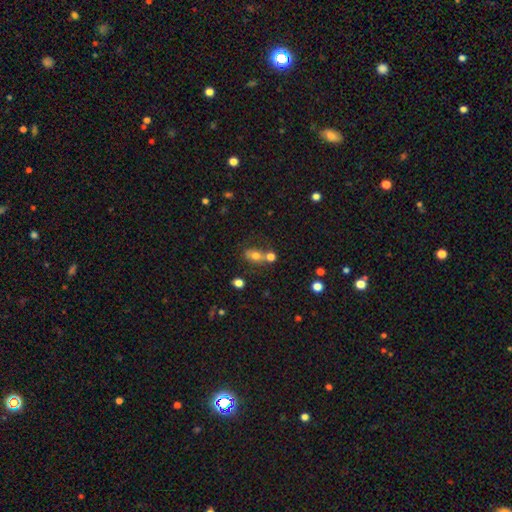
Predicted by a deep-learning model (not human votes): Smooth or featured? Predicted: smooth (p=0.71). How rounded? Predicted: in between (p=0.68). Merging? Predicted: none (p=0.45).